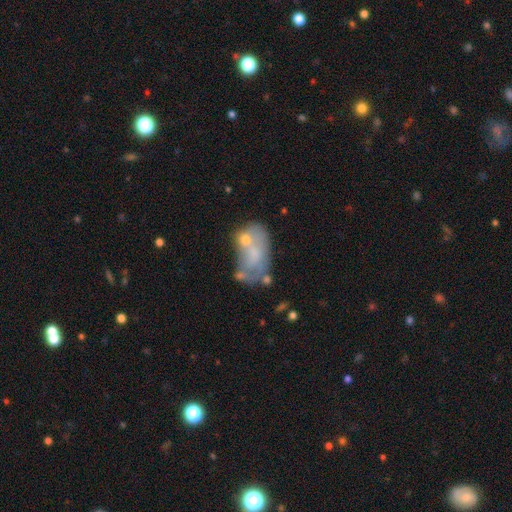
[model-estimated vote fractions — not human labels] The model was most divided on "merging": merger: 32%, none: 26%, major disturbance: 21%, minor disturbance: 21%. Remaining: smooth or featured — featured or disk (49%).